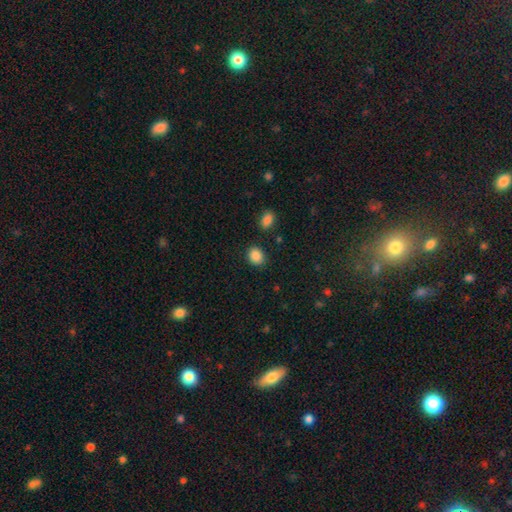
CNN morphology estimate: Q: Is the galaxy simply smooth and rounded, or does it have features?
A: smooth — 88%.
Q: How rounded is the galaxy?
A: round — 51%.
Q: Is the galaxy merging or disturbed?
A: none — 84%.